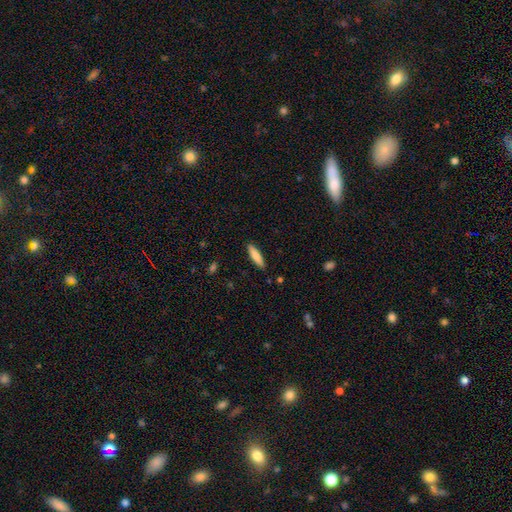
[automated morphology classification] smooth 79%, featured or disk 15%, star or artifact 6%. Down the decision tree: how rounded — cigar-shaped (74%); merging — none (88%).